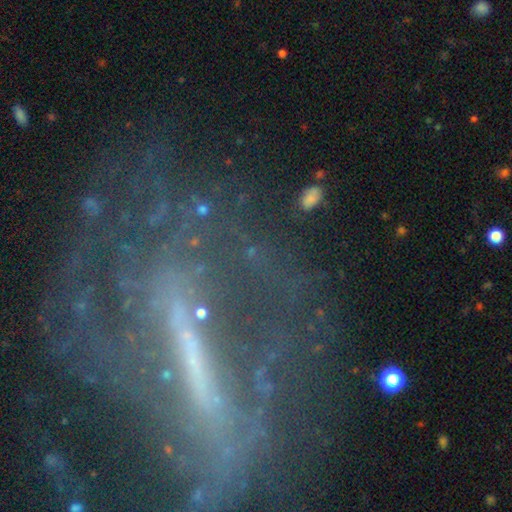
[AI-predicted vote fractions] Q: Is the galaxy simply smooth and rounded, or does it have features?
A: featured or disk — 50%.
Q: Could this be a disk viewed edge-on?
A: no — 71%.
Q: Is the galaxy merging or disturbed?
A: none — 68%.